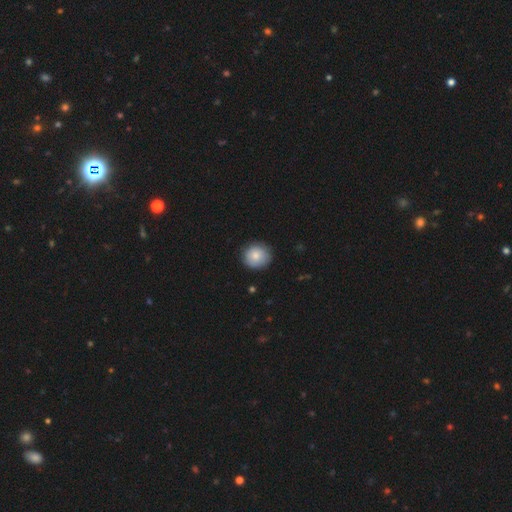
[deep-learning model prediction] A smooth galaxy with no disk features (82%) that is round (88%).

Vote fractions:
- Smooth or featured? smooth: 82% / featured or disk: 11% / star or artifact: 7%
- How rounded? round: 88% / in between: 11% / cigar-shaped: 1%
- Merging? none: 87% / minor disturbance: 10% / major disturbance: 2% / merger: 1%